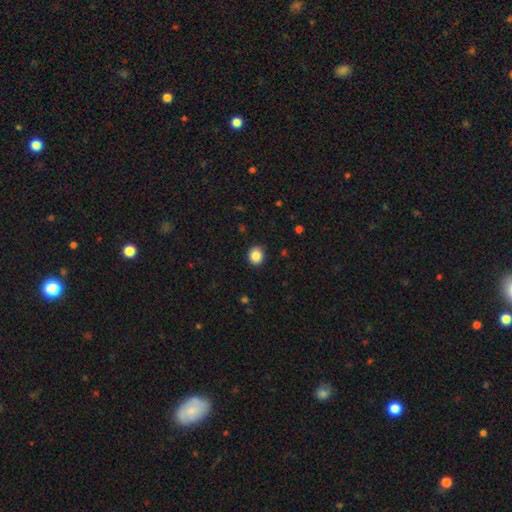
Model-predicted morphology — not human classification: Smooth or featured: smooth — 87% (star or artifact — 9%)
How rounded: round — 75% (in between — 24%)
Merging: none — 90% (minor disturbance — 7%)